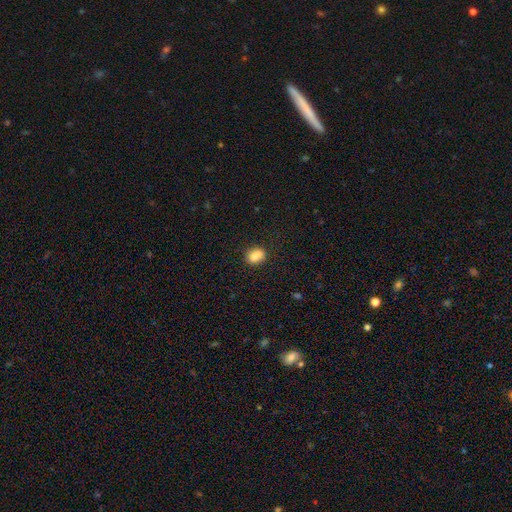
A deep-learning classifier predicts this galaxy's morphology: smooth-or-featured: smooth: 83% | star or artifact: 9% | featured or disk: 8%
  how-rounded: in between: 59% | round: 39% | cigar-shaped: 2%
  merging: none: 66% | minor disturbance: 17% | merger: 13% | major disturbance: 4%